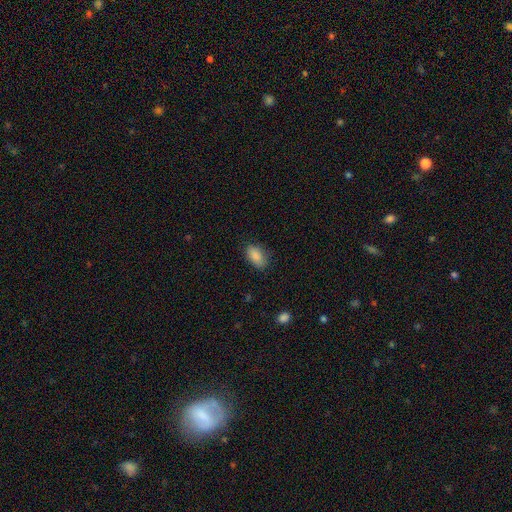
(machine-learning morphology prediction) Smooth or featured? Predicted: smooth (p=0.88). How rounded? Predicted: in between (p=0.91). Merging? Predicted: none (p=0.81).